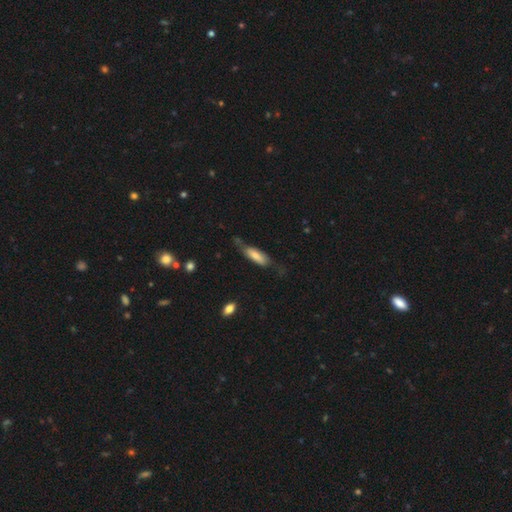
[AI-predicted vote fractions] smooth 63%, featured or disk 31%, star or artifact 6%. Down the decision tree: how rounded — cigar-shaped (50%); merging — none (49%).